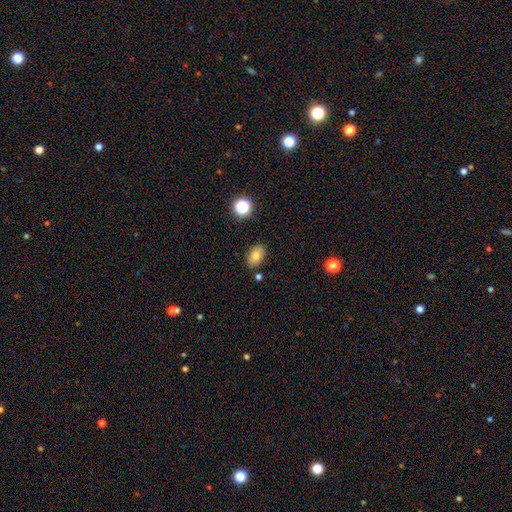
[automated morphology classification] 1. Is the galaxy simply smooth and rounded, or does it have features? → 79% smooth, 11% star or artifact, 10% featured or disk.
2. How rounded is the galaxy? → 83% in between, 15% round, 1% cigar-shaped.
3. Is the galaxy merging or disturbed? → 80% none, 13% minor disturbance, 4% merger, 3% major disturbance.